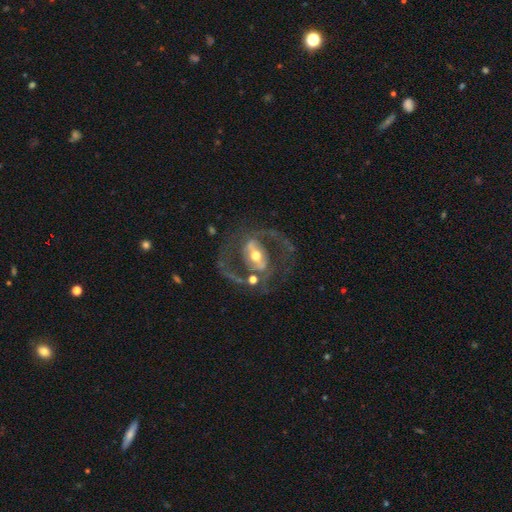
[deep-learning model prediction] The model was most divided on "bar": strong: 56%, weak: 29%, no: 15%. More confident: edge-on disk — no (96%); spiral arm count — 2 (89%); smooth or featured — featured or disk (86%); spiral arms — yes (84%); bulge size — moderate (67%); merging — none (65%); spiral winding — medium (55%).